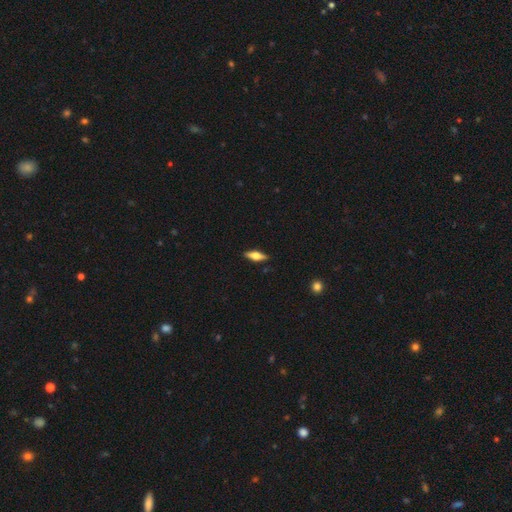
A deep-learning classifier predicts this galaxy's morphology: Overall: smooth (47%; featured or disk 46%). Merging: none (88%).